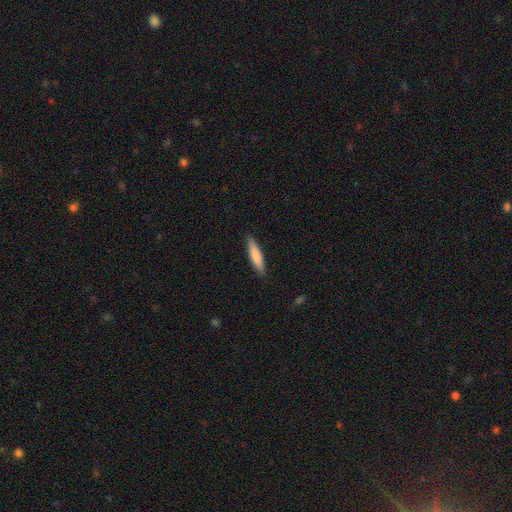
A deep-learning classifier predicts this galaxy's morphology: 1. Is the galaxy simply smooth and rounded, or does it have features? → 78% smooth, 16% featured or disk, 5% star or artifact.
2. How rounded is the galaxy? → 84% cigar-shaped, 15% in between, 1% round.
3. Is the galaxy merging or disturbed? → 89% none, 8% minor disturbance, 2% major disturbance, 1% merger.